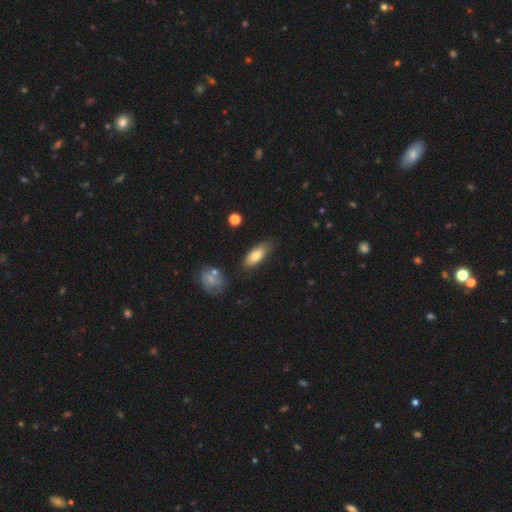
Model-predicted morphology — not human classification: Overall: smooth (79%). How rounded: in between (76%). Merging: none (74%).